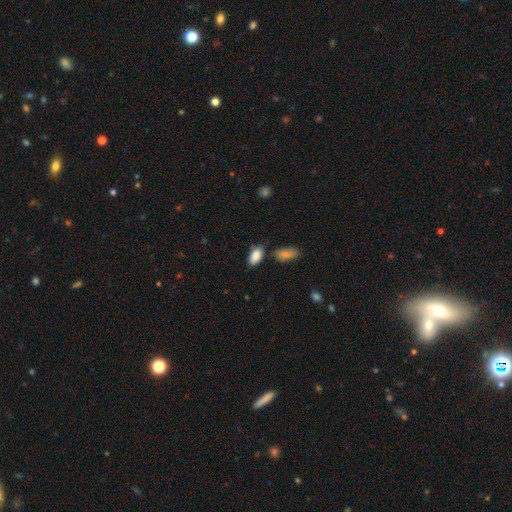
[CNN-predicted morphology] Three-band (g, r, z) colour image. It shows a smooth galaxy with no disk features (87%) that is in between round and cigar-shaped (93%). Merging: none (71%).